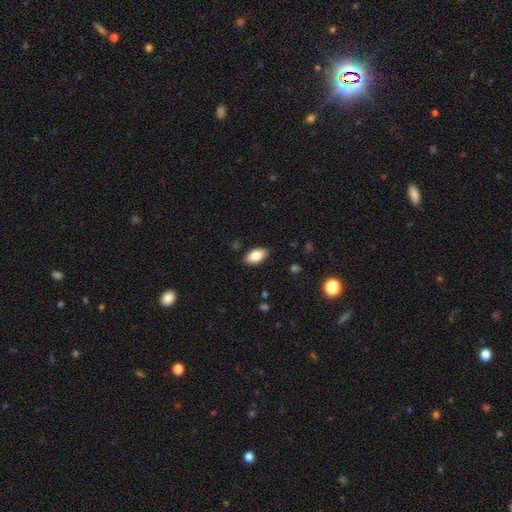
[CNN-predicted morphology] This appears to be a smooth galaxy with no disk features (84%) that is in between round and cigar-shaped (94%). Merging: none (87%).